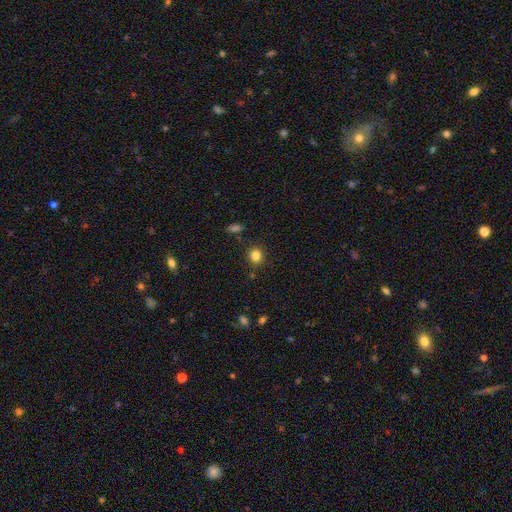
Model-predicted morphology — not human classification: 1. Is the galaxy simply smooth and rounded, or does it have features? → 83% smooth, 12% star or artifact, 5% featured or disk.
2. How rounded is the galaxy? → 83% round, 16% in between, 1% cigar-shaped.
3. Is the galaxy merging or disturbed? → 87% none, 8% minor disturbance, 2% merger, 2% major disturbance.